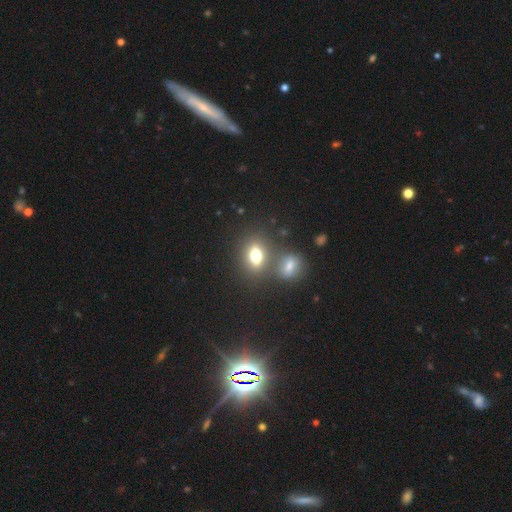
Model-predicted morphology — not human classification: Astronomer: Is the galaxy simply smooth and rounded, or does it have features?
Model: smooth — 71%.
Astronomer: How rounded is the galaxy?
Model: in between — 70%.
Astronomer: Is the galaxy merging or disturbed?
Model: none — 60%.